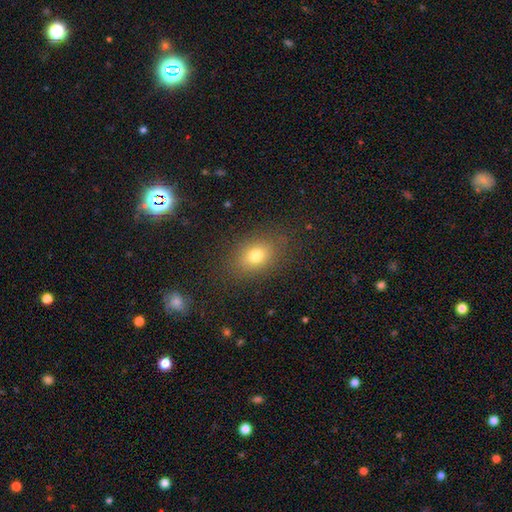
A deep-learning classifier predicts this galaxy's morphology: smooth_or_featured: smooth (p=0.75) [alt: star or artifact p=0.14]
how_rounded: in between (p=0.70) [alt: round p=0.29]
merging: none (p=0.84) [alt: minor disturbance p=0.10]